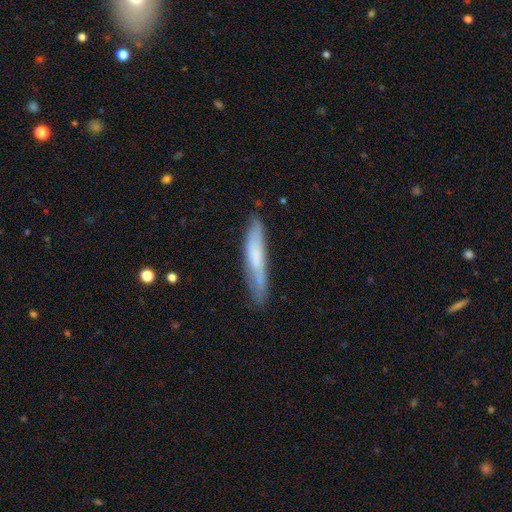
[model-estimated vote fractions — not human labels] This is likely a smooth galaxy (61%). How rounded: clearly cigar-shaped (90%). Merging: likely none (71%).